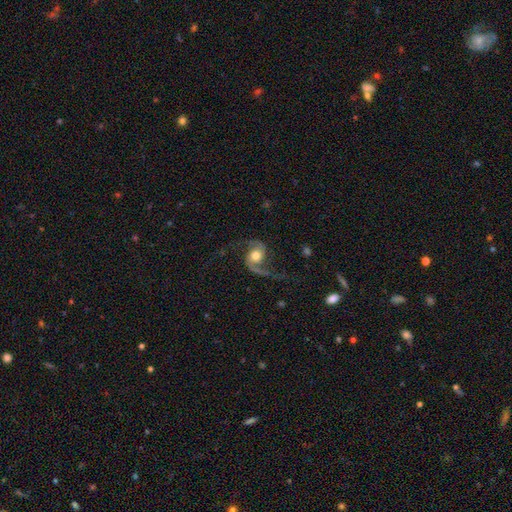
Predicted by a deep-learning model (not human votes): Smooth or featured?
  - featured or disk: 87% *
  - smooth: 8%
  - star or artifact: 5%
Edge-on disk?
  - no: 98% *
  - yes: 2%
Bar?
  - no: 65% *
  - weak: 26%
  - strong: 8%
Spiral arms?
  - yes: 97% *
  - no: 3%
Spiral winding?
  - loose: 65% *
  - medium: 30%
  - tight: 5%
Spiral arm count?
  - 2: 91% *
  - 1: 4%
  - can't tell: 1%
  - 3: 1%
  - 4: 1%
  - more than 4: 1%
Bulge size?
  - moderate: 63% *
  - large: 23%
  - small: 9%
  - dominant: 3%
  - none: 2%
Merging?
  - none: 65% *
  - major disturbance: 17%
  - minor disturbance: 15%
  - merger: 2%